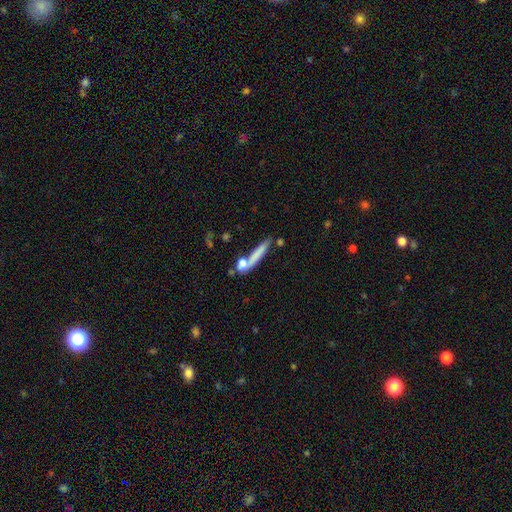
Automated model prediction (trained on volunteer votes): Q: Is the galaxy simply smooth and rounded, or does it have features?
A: smooth — 67%.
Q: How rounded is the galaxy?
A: cigar-shaped — 88%.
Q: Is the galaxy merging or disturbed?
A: none — 62%.